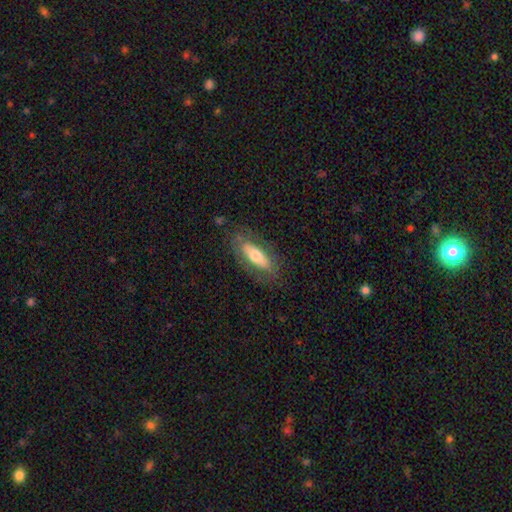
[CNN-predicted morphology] smooth 57%, featured or disk 37%, star or artifact 6%. Down the decision tree: how rounded — in between (66%); merging — none (76%).